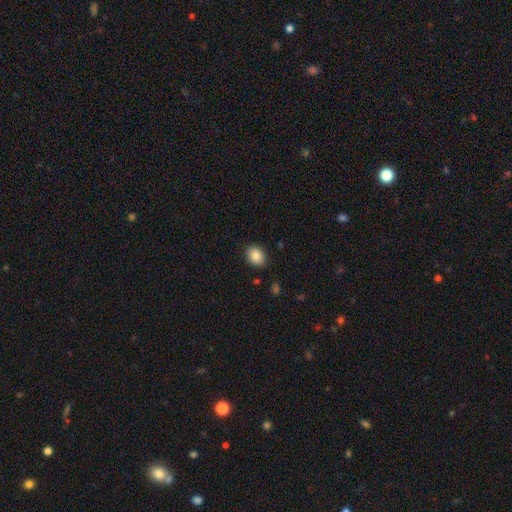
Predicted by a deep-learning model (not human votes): Q: Smooth or featured?
A: smooth (86%); runner-up: star or artifact (8%)
Q: How rounded?
A: in between (52%); runner-up: round (47%)
Q: Merging?
A: none (87%); runner-up: minor disturbance (10%)